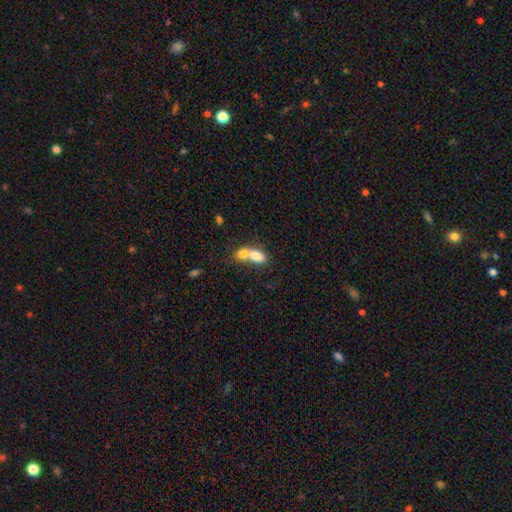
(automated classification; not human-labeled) This appears to be a smooth galaxy with no disk features (76%) that is in between round and cigar-shaped (80%). Merging: merger (72%).